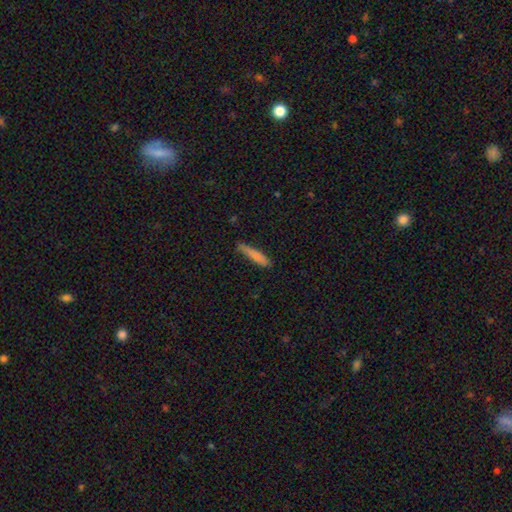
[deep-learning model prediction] This is clearly a smooth galaxy (81%). How rounded: clearly cigar-shaped (89%). Merging: likely none (70%).